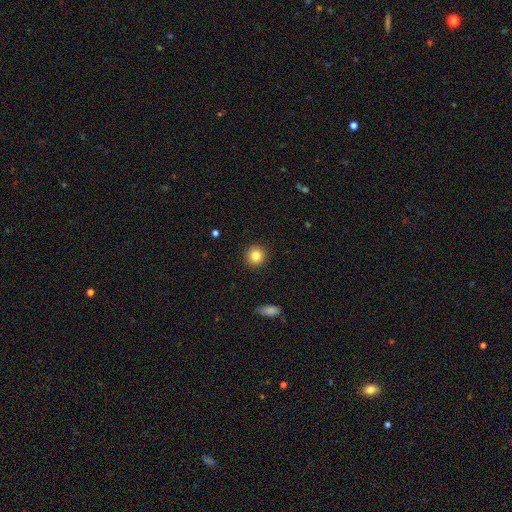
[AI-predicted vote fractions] Smooth or featured: smooth — 84% (star or artifact — 10%)
How rounded: round — 93% (in between — 6%)
Merging: none — 92% (minor disturbance — 5%)